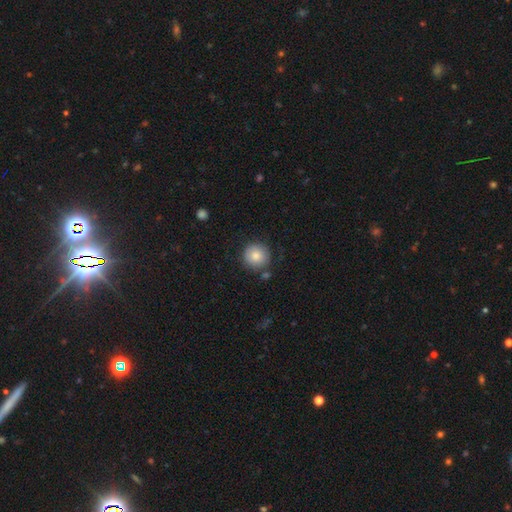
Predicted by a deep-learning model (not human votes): Smooth or featured: smooth — 82% (featured or disk — 10%)
How rounded: round — 95% (in between — 5%)
Merging: none — 81% (minor disturbance — 11%)